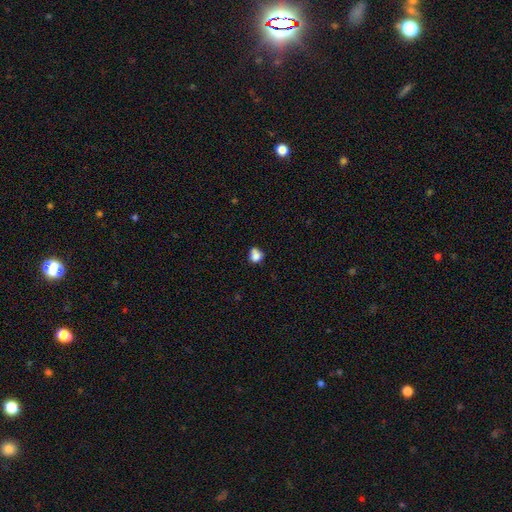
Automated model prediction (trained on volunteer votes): This is likely a smooth galaxy (77%). How rounded: likely round (66%). Merging: marginally none (43%).